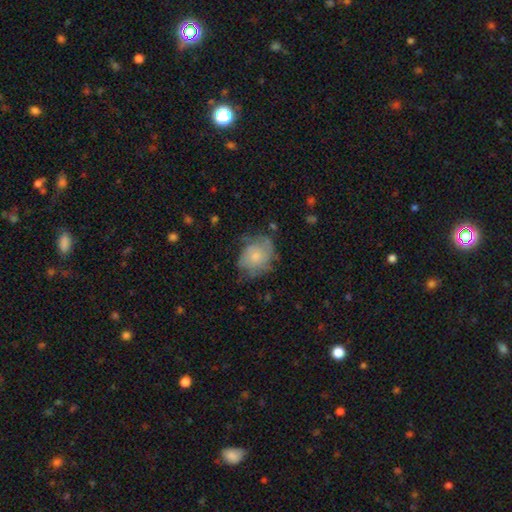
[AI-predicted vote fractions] Overall: smooth (50%; featured or disk 42%). Merging: none (55%; minor disturbance 29%).